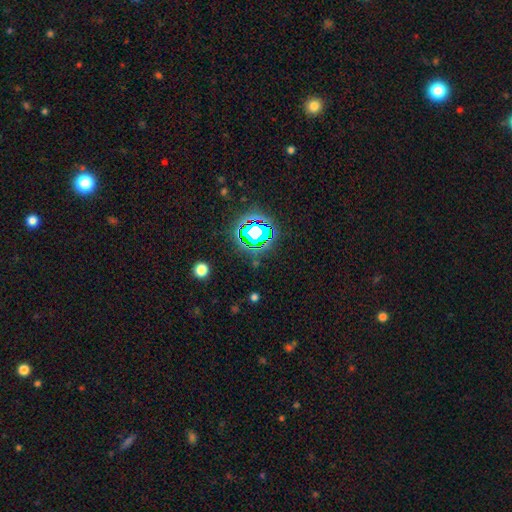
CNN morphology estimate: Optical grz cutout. It shows a star or artifact, not a galaxy (76%).